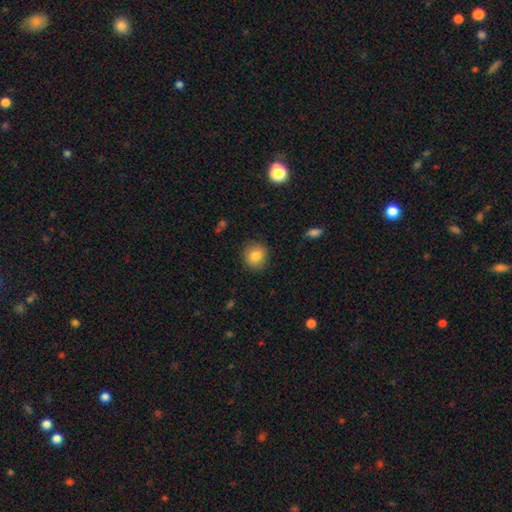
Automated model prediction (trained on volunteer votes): smooth_or_featured: smooth (p=0.84) [alt: star or artifact p=0.09]
how_rounded: round (p=0.88) [alt: in between p=0.11]
merging: none (p=0.88) [alt: minor disturbance p=0.09]